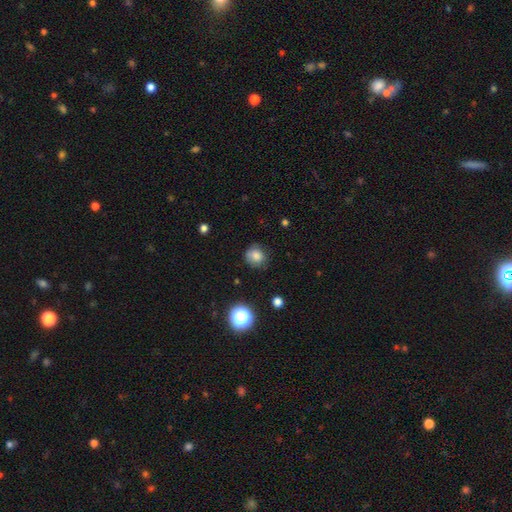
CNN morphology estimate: Smooth or featured?
  - smooth: 78% *
  - star or artifact: 12%
  - featured or disk: 9%
How rounded?
  - round: 81% *
  - in between: 18%
  - cigar-shaped: 1%
Merging?
  - none: 73% *
  - minor disturbance: 20%
  - major disturbance: 6%
  - merger: 2%